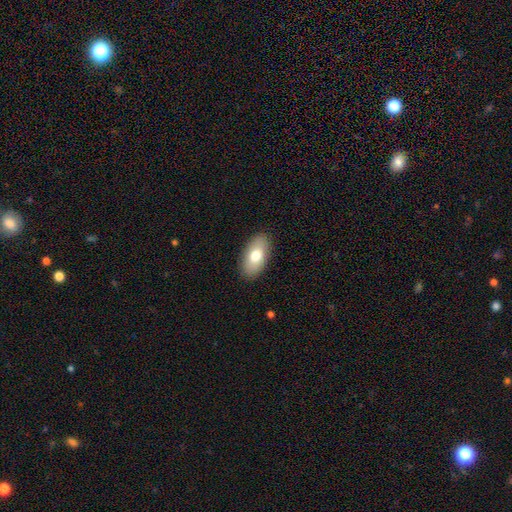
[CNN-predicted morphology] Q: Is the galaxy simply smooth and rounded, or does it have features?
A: smooth — 74%.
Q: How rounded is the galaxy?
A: in between — 92%.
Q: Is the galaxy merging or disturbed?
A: none — 88%.